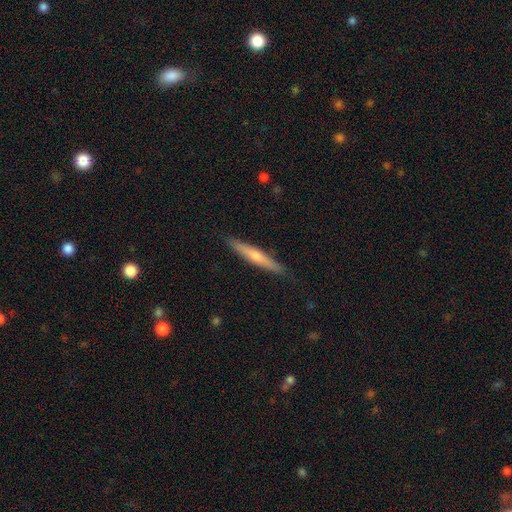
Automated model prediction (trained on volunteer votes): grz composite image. It shows a featured or disk galaxy (57%) viewed edge-on (95%) with a rounded central bulge (77%). Merging: none (89%).